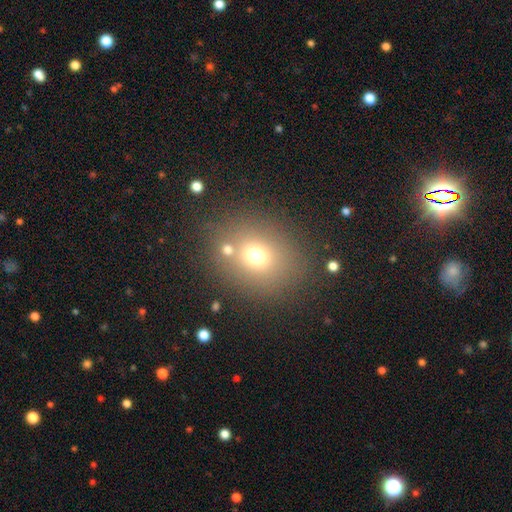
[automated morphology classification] Smooth or featured: smooth — 68% (star or artifact — 18%)
How rounded: round — 70% (in between — 29%)
Merging: none — 72% (merger — 12%)